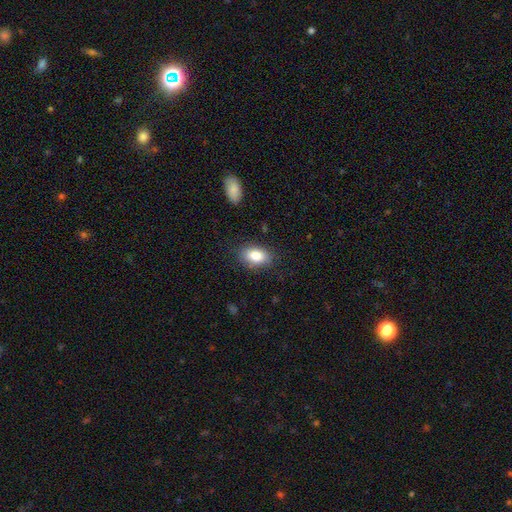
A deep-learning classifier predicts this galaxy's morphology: This appears to be a smooth galaxy with no disk features (85%) that is in between round and cigar-shaped (88%). Merging: none (83%).